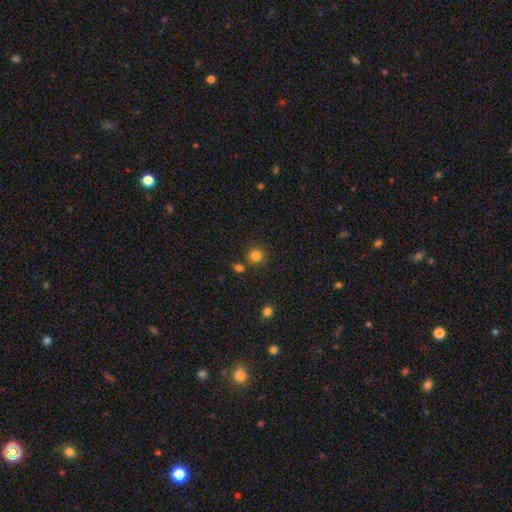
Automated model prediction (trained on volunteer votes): Smooth or featured: smooth — 83% (star or artifact — 12%)
How rounded: round — 91% (in between — 8%)
Merging: none — 77% (merger — 10%)